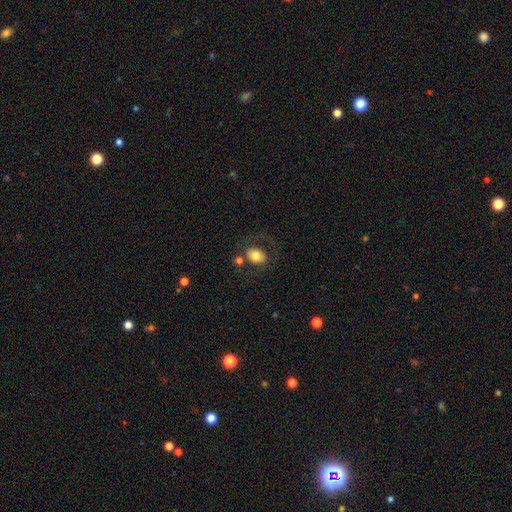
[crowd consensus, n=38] Volunteers were most divided on "how rounded": in between: 70%, round: 30%, cigar-shaped: 0%. More confident: smooth or featured — smooth (71%); merging — none (64%).